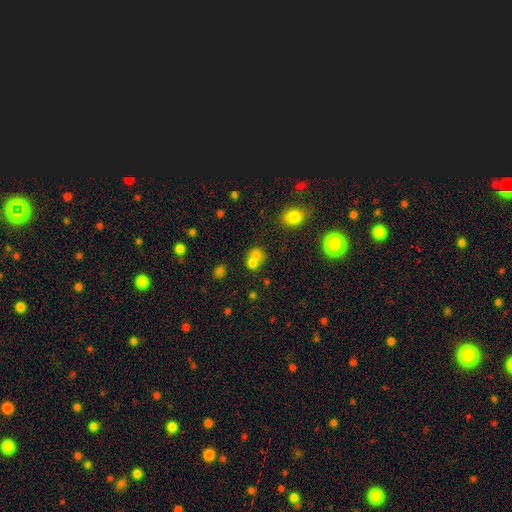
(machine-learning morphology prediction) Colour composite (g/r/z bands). It shows a smooth galaxy with no disk features (72%) that is round (68%). Merging: merger (54%).